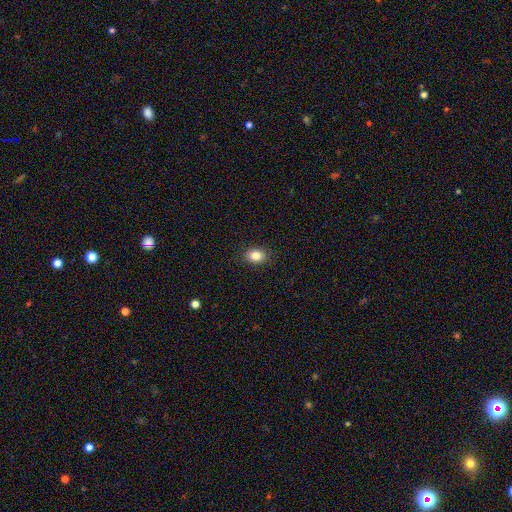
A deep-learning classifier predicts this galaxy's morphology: smooth_or_featured: smooth (p=0.83) [alt: star or artifact p=0.10]
how_rounded: in between (p=0.69) [alt: round p=0.30]
merging: none (p=0.89) [alt: minor disturbance p=0.08]